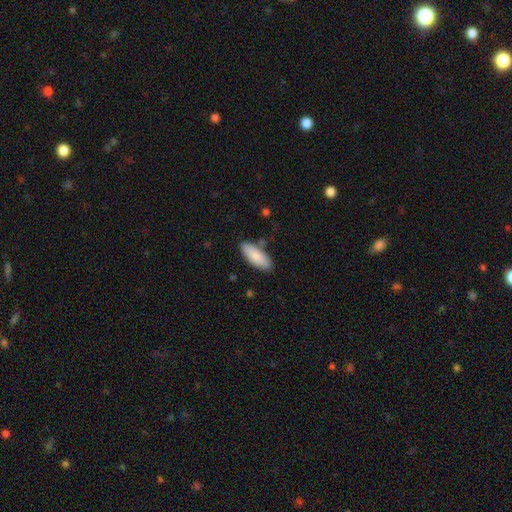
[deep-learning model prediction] A smooth galaxy with no disk features (86%) that is in between round and cigar-shaped (78%).

Vote fractions:
- Smooth or featured? smooth: 86% / featured or disk: 9% / star or artifact: 6%
- How rounded? in between: 78% / cigar-shaped: 20% / round: 2%
- Merging? none: 82% / minor disturbance: 12% / merger: 3% / major disturbance: 2%